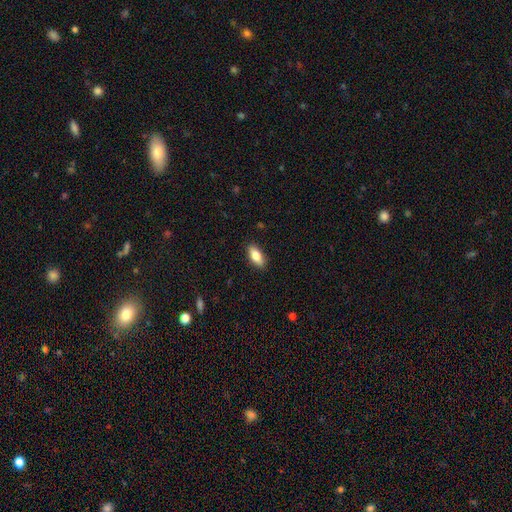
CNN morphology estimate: smooth-or-featured: smooth: 80% | featured or disk: 13% | star or artifact: 7%
  how-rounded: in between: 83% | cigar-shaped: 14% | round: 3%
  merging: none: 88% | minor disturbance: 9% | major disturbance: 2% | merger: 1%